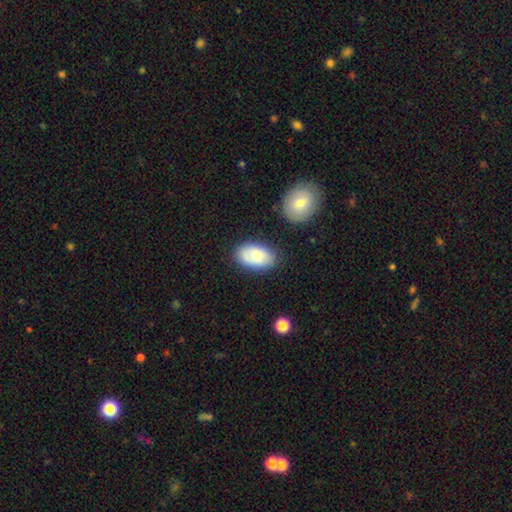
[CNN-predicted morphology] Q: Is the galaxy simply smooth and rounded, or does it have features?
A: smooth — 79%.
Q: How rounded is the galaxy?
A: in between — 93%.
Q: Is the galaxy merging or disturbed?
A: none — 78%.